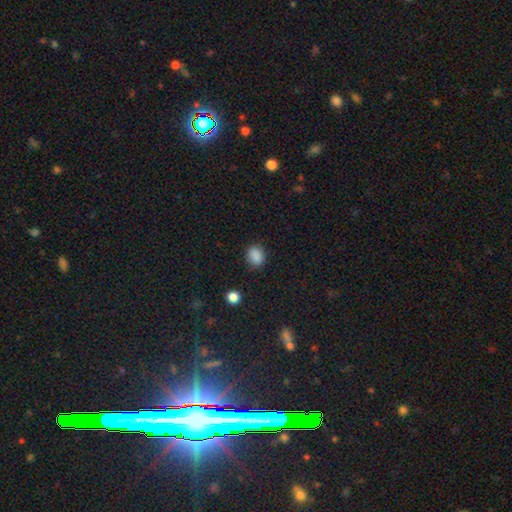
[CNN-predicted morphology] Q: Smooth or featured?
A: smooth (87%); runner-up: star or artifact (10%)
Q: How rounded?
A: in between (50%); runner-up: round (49%)
Q: Merging?
A: none (82%); runner-up: minor disturbance (13%)